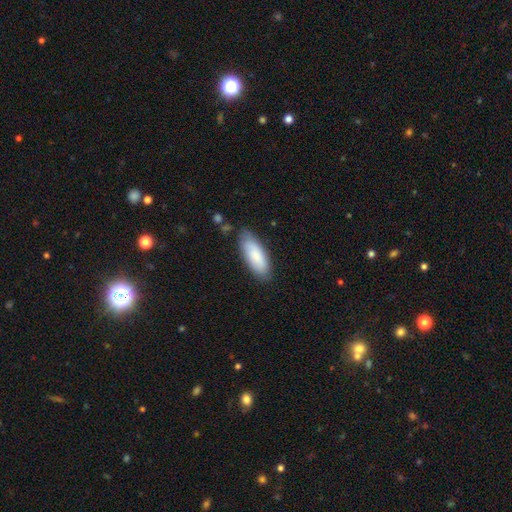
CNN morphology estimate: A smooth galaxy with no disk features (82%) that is in between round and cigar-shaped (74%).

Vote fractions:
- Smooth or featured? smooth: 82% / featured or disk: 12% / star or artifact: 5%
- How rounded? in between: 74% / cigar-shaped: 25% / round: 2%
- Merging? none: 78% / minor disturbance: 17% / major disturbance: 3% / merger: 2%